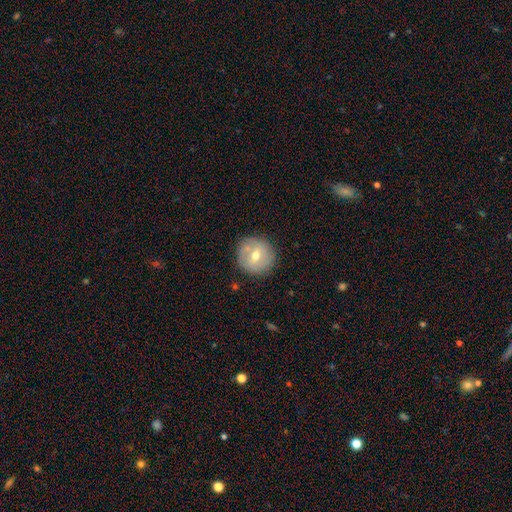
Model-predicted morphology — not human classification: Smooth or featured?
  - smooth: 57% *
  - featured or disk: 34%
  - star or artifact: 9%
How rounded?
  - round: 95% *
  - in between: 4%
  - cigar-shaped: 1%
Merging?
  - none: 86% *
  - minor disturbance: 9%
  - merger: 3%
  - major disturbance: 2%